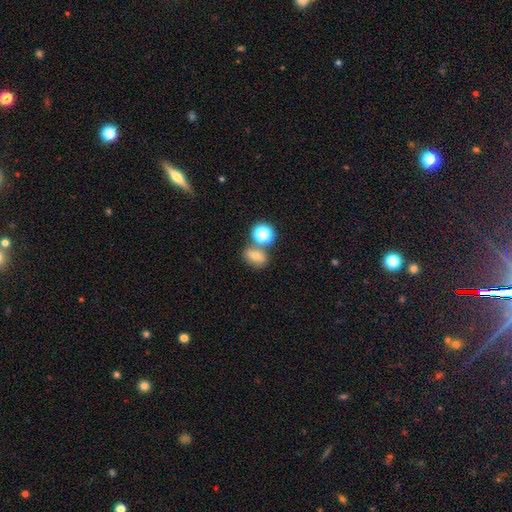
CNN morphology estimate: smooth_or_featured: smooth (p=0.65) [alt: star or artifact p=0.20]
how_rounded: in between (p=0.58) [alt: round p=0.39]
merging: none (p=0.61) [alt: merger p=0.23]